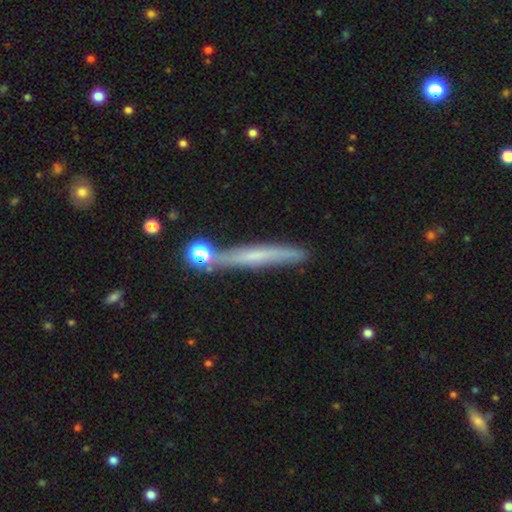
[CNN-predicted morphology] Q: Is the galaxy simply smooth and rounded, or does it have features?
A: featured or disk — 48%.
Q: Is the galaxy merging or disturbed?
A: none — 74%.